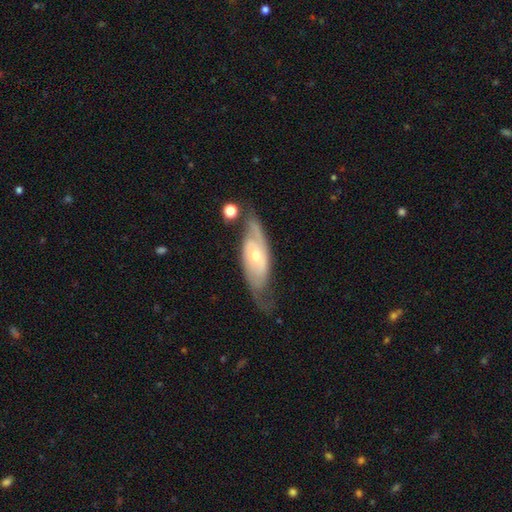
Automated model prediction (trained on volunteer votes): Smooth or featured? featured or disk (80%)
Edge-on disk? no (87%)
Bar? no (62%)
Spiral arms? yes (90%)
Spiral winding? medium (42%)
Spiral arm count? 2 (75%)
Bulge size? moderate (50%)
Merging? none (62%)